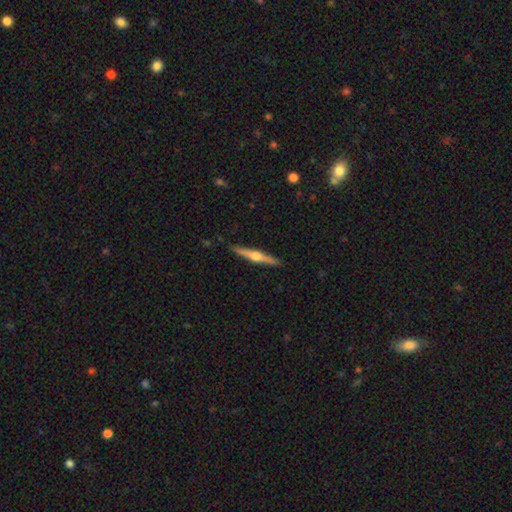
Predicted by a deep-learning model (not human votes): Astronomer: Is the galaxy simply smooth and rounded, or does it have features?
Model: featured or disk — 73%.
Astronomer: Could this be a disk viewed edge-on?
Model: yes — 98%.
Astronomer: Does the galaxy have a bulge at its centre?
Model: rounded — 95%.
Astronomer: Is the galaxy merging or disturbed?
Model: none — 90%.